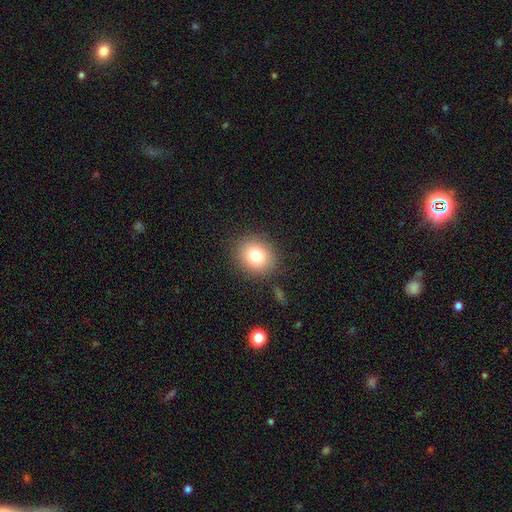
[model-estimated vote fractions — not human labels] The model was most divided on "how rounded": round: 76%, in between: 23%, cigar-shaped: 1%. More confident: merging — none (86%); smooth or featured — smooth (79%).